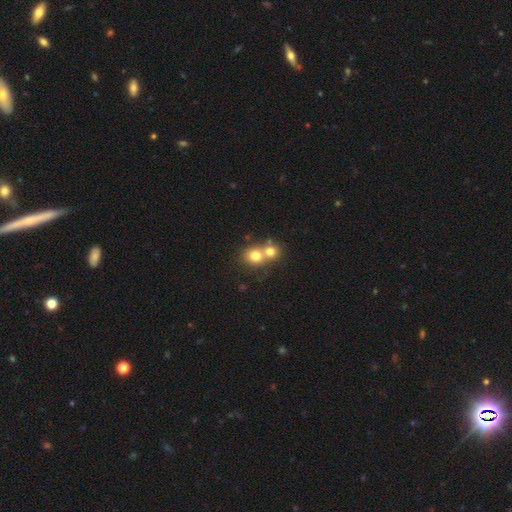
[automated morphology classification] The model was most divided on "merging": merger: 62%, none: 31%, minor disturbance: 5%, major disturbance: 2%. More confident: how rounded — round (77%); smooth or featured — smooth (74%).